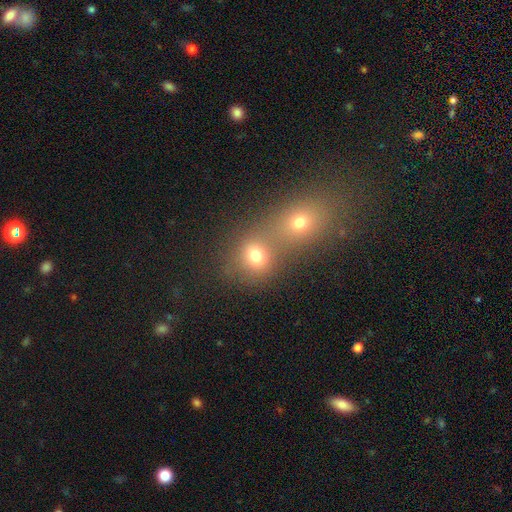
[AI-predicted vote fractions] The model was most divided on "merging": merger: 55%, none: 36%, minor disturbance: 6%, major disturbance: 4%. More confident: smooth or featured — smooth (74%); how rounded — round (72%).